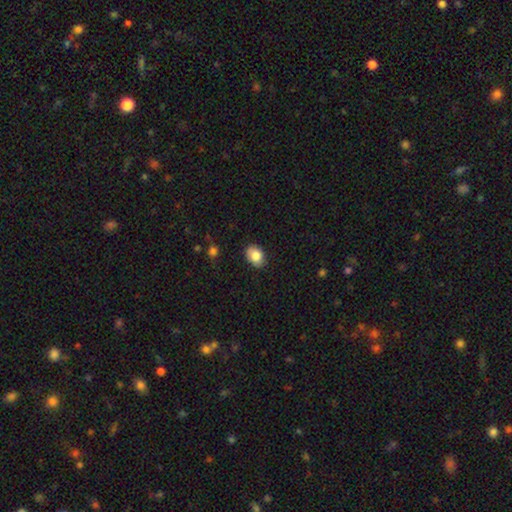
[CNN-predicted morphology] A smooth galaxy with no disk features (84%) that is in between round and cigar-shaped (76%).

Vote fractions:
- Smooth or featured? smooth: 84% / featured or disk: 8% / star or artifact: 8%
- How rounded? in between: 76% / round: 23% / cigar-shaped: 1%
- Merging? none: 84% / minor disturbance: 12% / major disturbance: 2% / merger: 1%